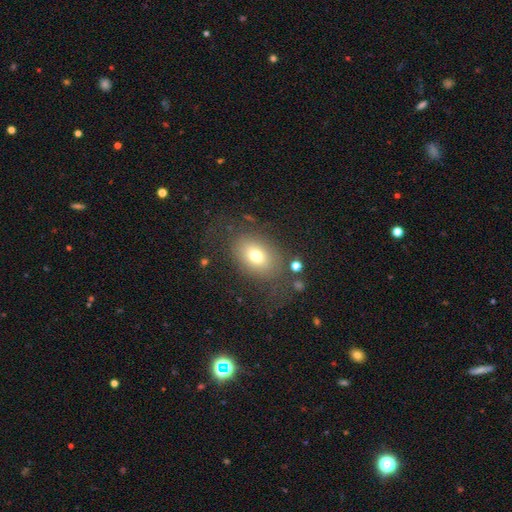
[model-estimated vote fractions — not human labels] This is likely a smooth galaxy (71%). How rounded: likely in between (73%). Merging: likely none (68%).